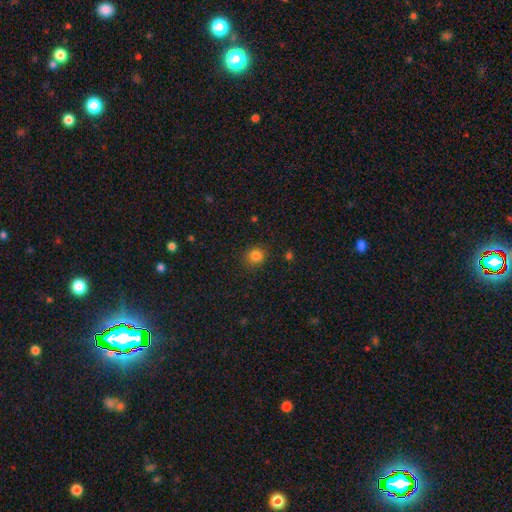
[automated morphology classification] smooth_or_featured: smooth (p=0.83) [alt: star or artifact p=0.12]
how_rounded: round (p=0.89) [alt: in between p=0.10]
merging: none (p=0.88) [alt: minor disturbance p=0.08]